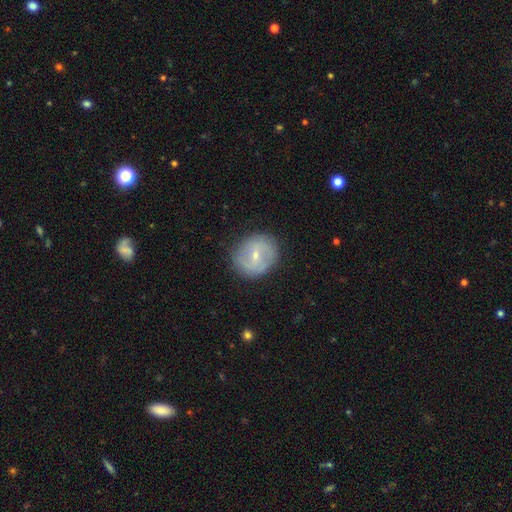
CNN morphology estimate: This appears to be a featured or disk galaxy (58%) with a weak bar (50%), spiral arms (62%) and a small central bulge (69%). Merging: none (82%).